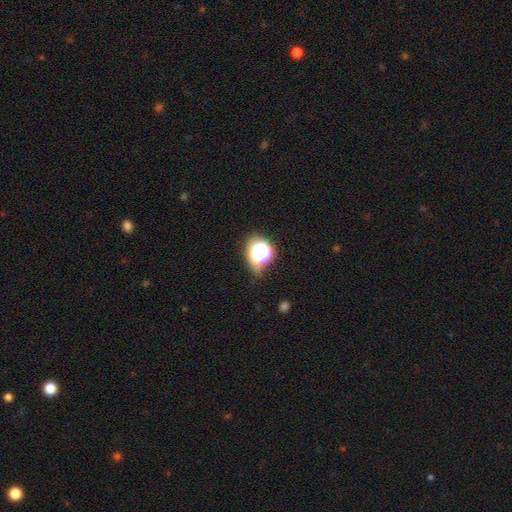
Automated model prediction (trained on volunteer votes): Smooth or featured: smooth — 57% (star or artifact — 30%)
How rounded: round — 63% (in between — 34%)
Merging: none — 59% (minor disturbance — 23%)